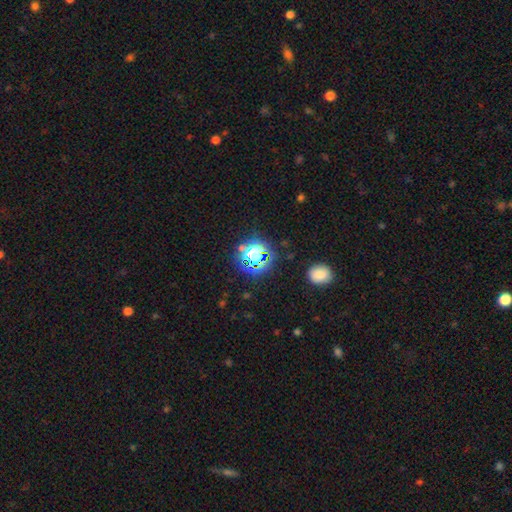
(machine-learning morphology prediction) Q: Smooth or featured?
A: star or artifact (75%); runner-up: smooth (18%)